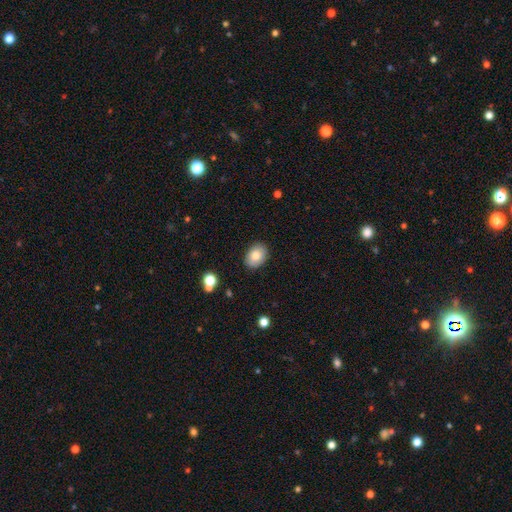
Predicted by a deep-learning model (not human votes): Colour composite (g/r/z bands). It shows a smooth galaxy with no disk features (80%) that is in between round and cigar-shaped (72%). Merging: none (88%).